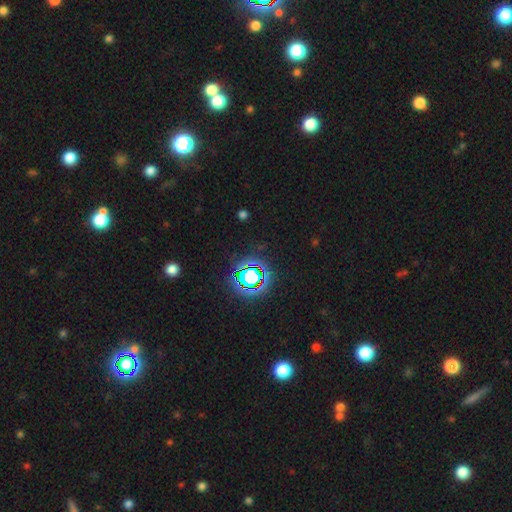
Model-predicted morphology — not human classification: smooth-or-featured: star or artifact: 79% | smooth: 14% | featured or disk: 7%